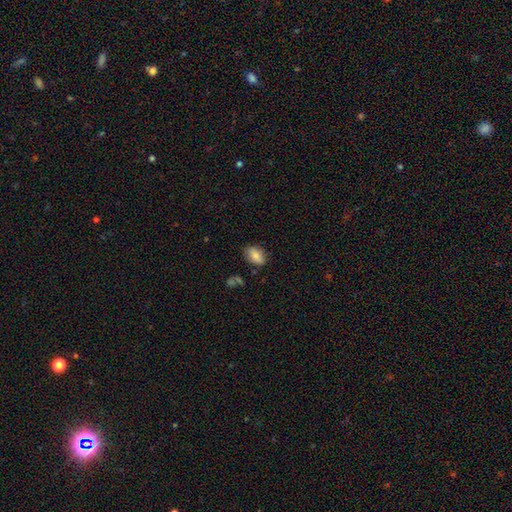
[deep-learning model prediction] Smooth or featured?
  - smooth: 81% *
  - featured or disk: 11%
  - star or artifact: 8%
How rounded?
  - in between: 87% *
  - round: 10%
  - cigar-shaped: 2%
Merging?
  - none: 79% *
  - minor disturbance: 16%
  - major disturbance: 3%
  - merger: 2%